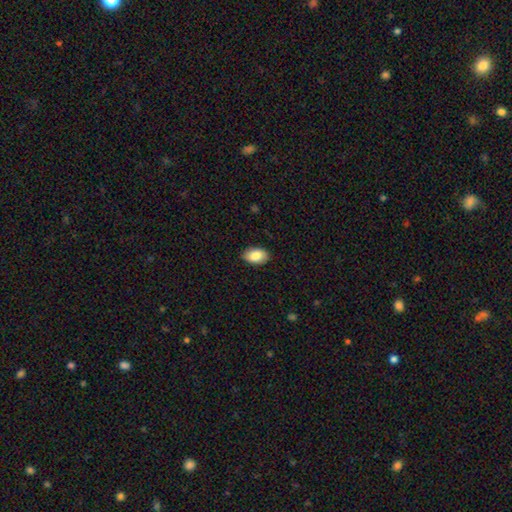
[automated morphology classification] This appears to be a smooth galaxy with no disk features (83%) that is in between round and cigar-shaped (92%). Merging: none (88%).